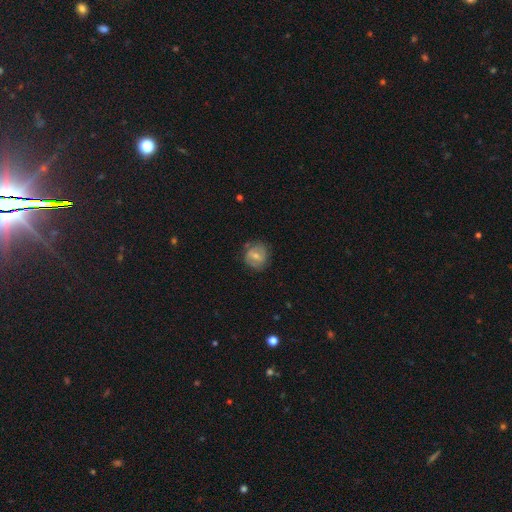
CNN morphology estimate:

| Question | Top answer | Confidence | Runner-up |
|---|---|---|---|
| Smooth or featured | featured or disk | 48% | smooth (44%) |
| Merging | none | 72% | minor disturbance (19%) |